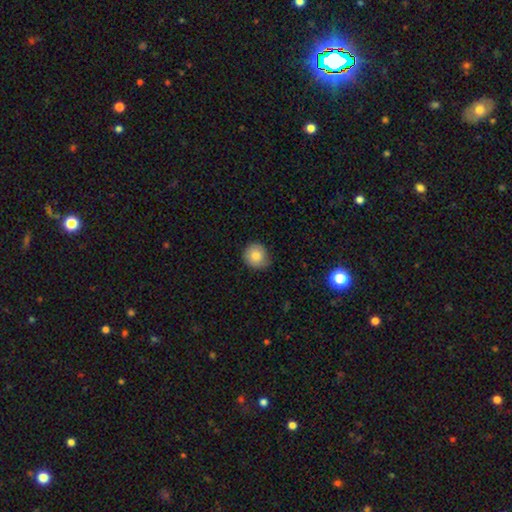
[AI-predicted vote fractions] smooth_or_featured: smooth (p=0.82) [alt: featured or disk p=0.10]
how_rounded: round (p=0.90) [alt: in between p=0.09]
merging: none (p=0.76) [alt: minor disturbance p=0.20]